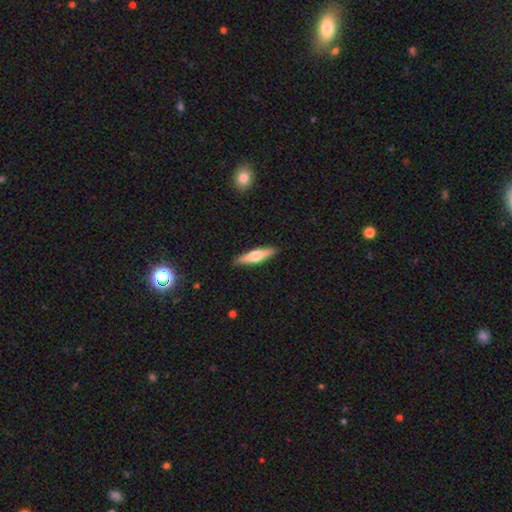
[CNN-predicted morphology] A smooth galaxy with no disk features (49%). Merging: none (90%).